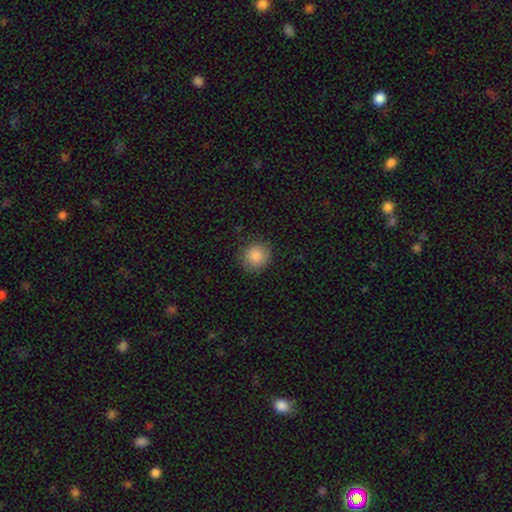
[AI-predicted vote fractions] A smooth galaxy with no disk features (87%) that is round (90%).

Vote fractions:
- Smooth or featured? smooth: 87% / star or artifact: 9% / featured or disk: 4%
- How rounded? round: 90% / in between: 9% / cigar-shaped: 1%
- Merging? none: 86% / minor disturbance: 10% / major disturbance: 3% / merger: 1%